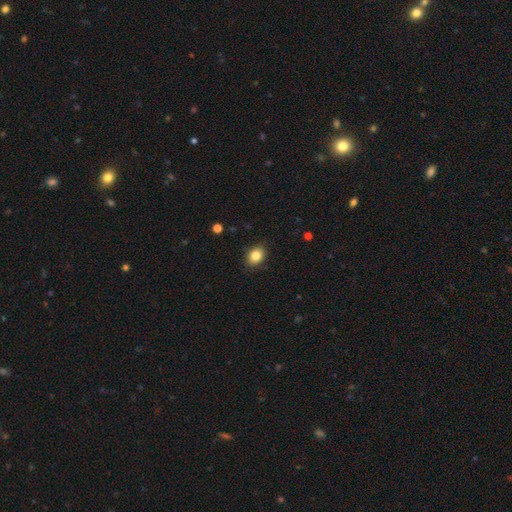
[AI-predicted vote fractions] Q: Smooth or featured?
A: smooth (85%); runner-up: star or artifact (9%)
Q: How rounded?
A: in between (56%); runner-up: round (43%)
Q: Merging?
A: none (89%); runner-up: minor disturbance (8%)